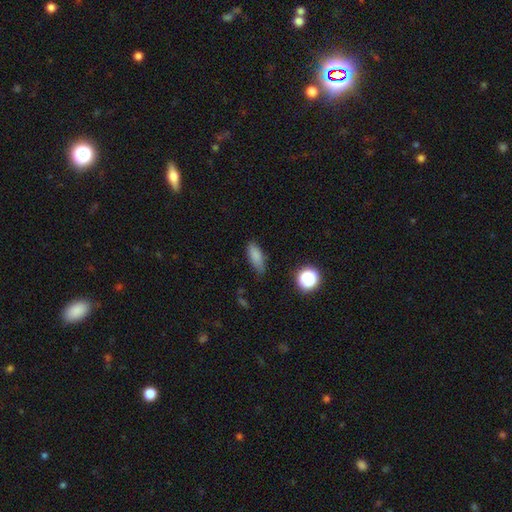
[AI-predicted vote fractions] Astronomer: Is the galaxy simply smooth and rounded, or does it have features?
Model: smooth — 82%.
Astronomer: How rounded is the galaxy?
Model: in between — 68%.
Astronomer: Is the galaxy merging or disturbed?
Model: none — 75%.